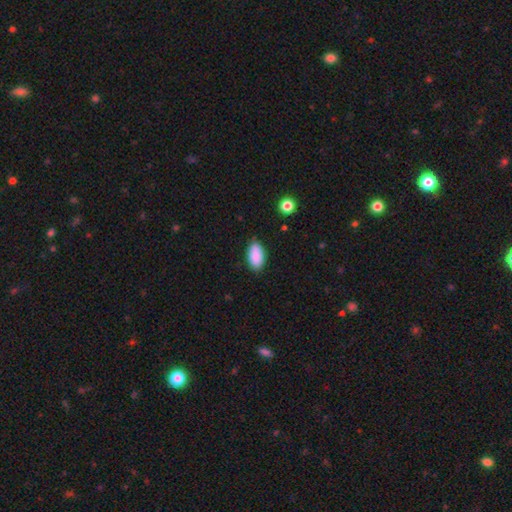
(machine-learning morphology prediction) smooth_or_featured: smooth (p=0.90) [alt: star or artifact p=0.07]
how_rounded: in between (p=0.94) [alt: cigar-shaped p=0.03]
merging: none (p=0.85) [alt: minor disturbance p=0.11]